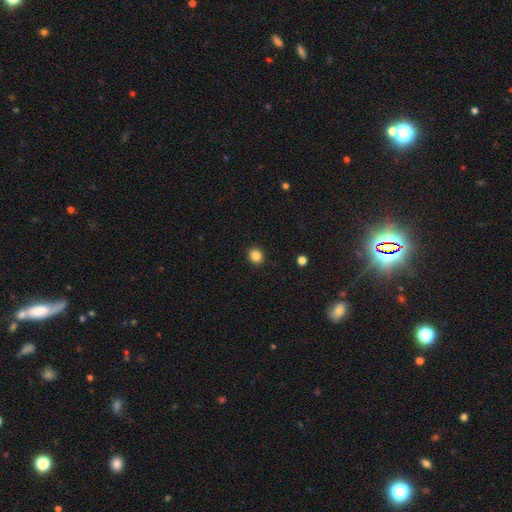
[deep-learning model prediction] Morphology: type=smooth (85%); roundness=round (80%); merging=none (92%).